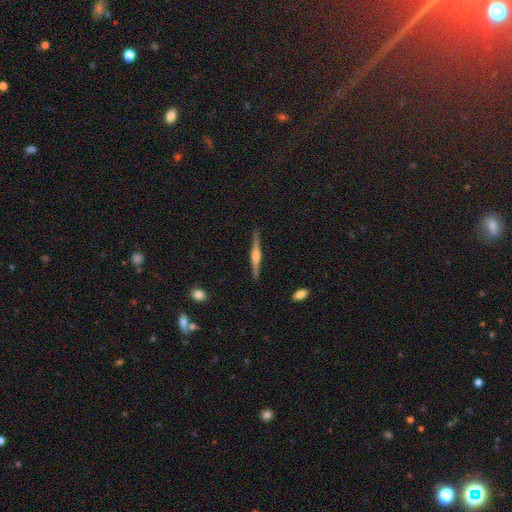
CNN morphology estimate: This appears to be a featured or disk galaxy (76%) viewed edge-on (98%) with a rounded central bulge (80%). Merging: none (90%).